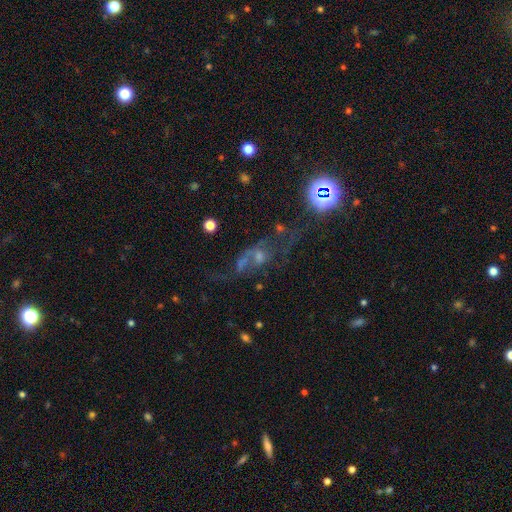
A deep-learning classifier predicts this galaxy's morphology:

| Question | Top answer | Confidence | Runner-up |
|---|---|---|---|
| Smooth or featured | featured or disk | 46% | star or artifact (32%) |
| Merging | none | 38% | major disturbance (31%) |